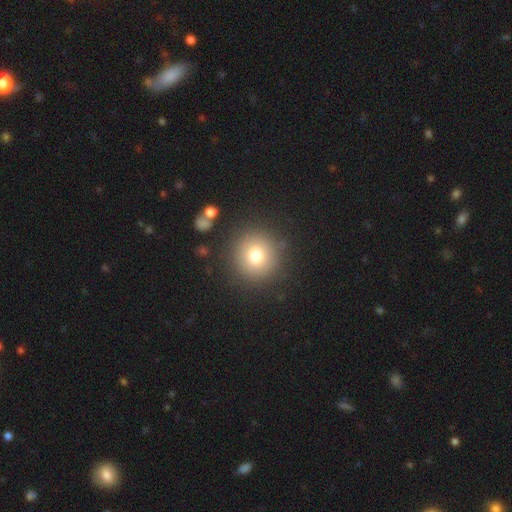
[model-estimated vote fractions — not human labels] Smooth or featured? smooth (75%)
How rounded? round (93%)
Merging? none (87%)